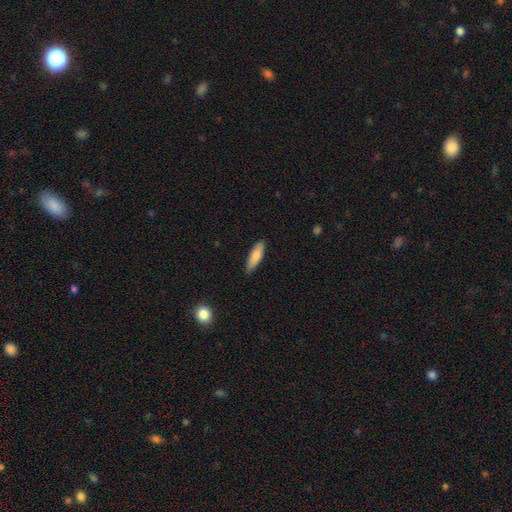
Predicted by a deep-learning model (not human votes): Smooth or featured: smooth — 79% (featured or disk — 15%)
How rounded: cigar-shaped — 56% (in between — 42%)
Merging: none — 86% (minor disturbance — 11%)